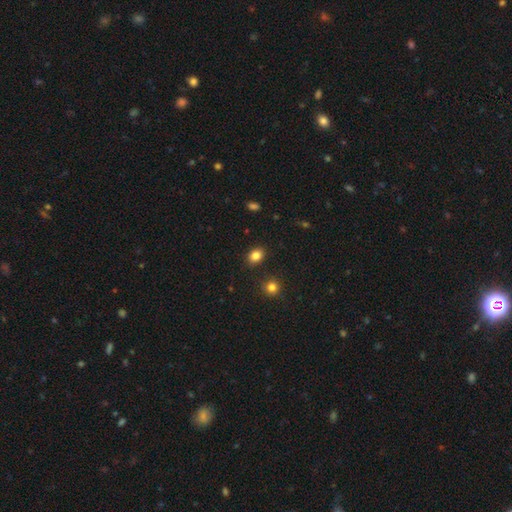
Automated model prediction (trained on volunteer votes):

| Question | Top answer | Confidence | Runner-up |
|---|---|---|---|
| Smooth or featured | smooth | 84% | star or artifact (11%) |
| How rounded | in between | 56% | round (43%) |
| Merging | none | 87% | minor disturbance (9%) |